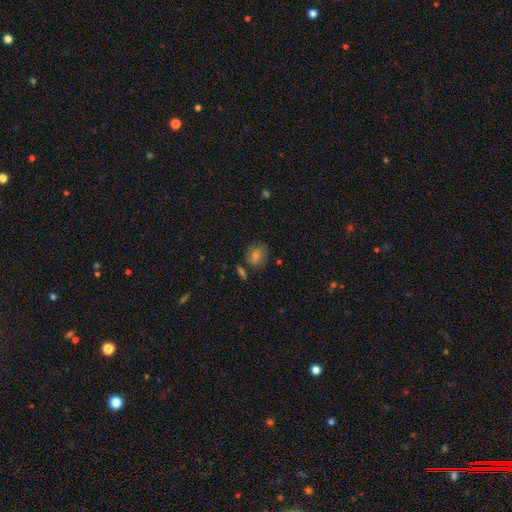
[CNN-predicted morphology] Overall: smooth (56%; featured or disk 25%). How rounded: round (59%; in between 39%). Merging: none (73%).